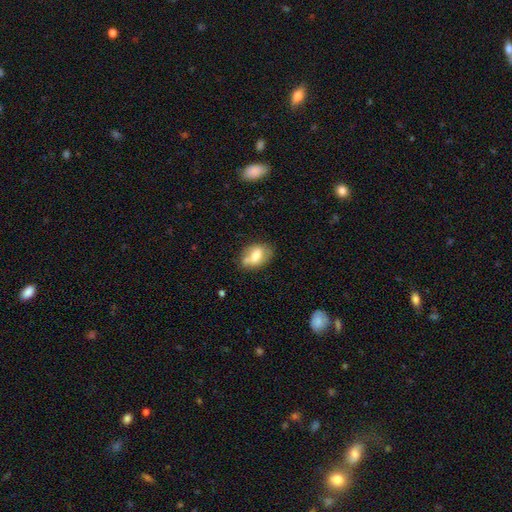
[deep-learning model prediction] A smooth galaxy with no disk features (66%) that is in between round and cigar-shaped (82%).

Vote fractions:
- Smooth or featured? smooth: 66% / featured or disk: 26% / star or artifact: 8%
- How rounded? in between: 82% / round: 16% / cigar-shaped: 2%
- Merging? none: 54% / minor disturbance: 24% / merger: 15% / major disturbance: 7%